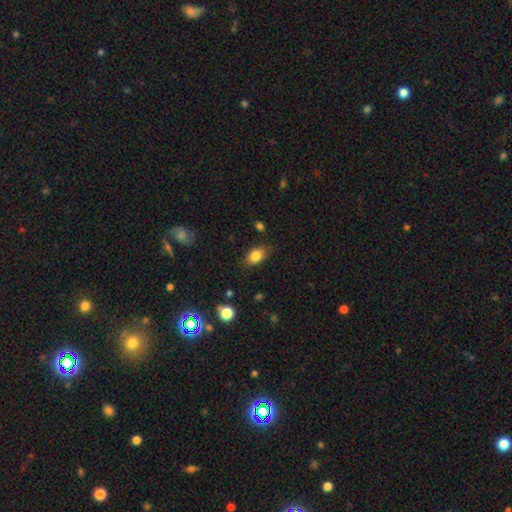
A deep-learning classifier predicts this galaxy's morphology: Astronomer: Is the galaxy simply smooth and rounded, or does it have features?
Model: smooth — 83%.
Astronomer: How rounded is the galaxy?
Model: in between — 83%.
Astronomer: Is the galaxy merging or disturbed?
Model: none — 78%.